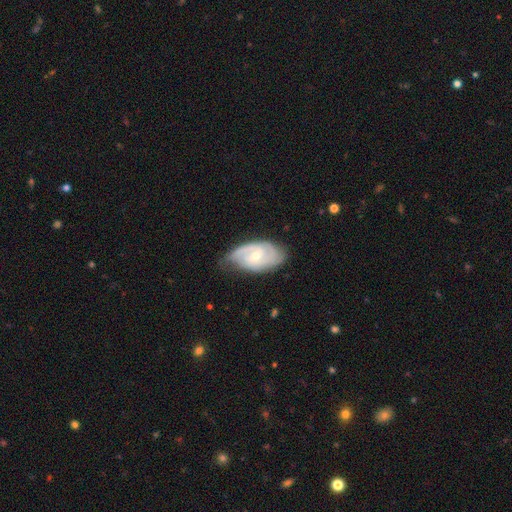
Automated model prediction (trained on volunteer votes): Morphology: type=featured or disk (78%); edge-on=no (95%); bar=no (53%); spiral arms=yes (93%); winding=tight (54%); arm count=2 (50%); bulge=small (53%); merging=none (64%).